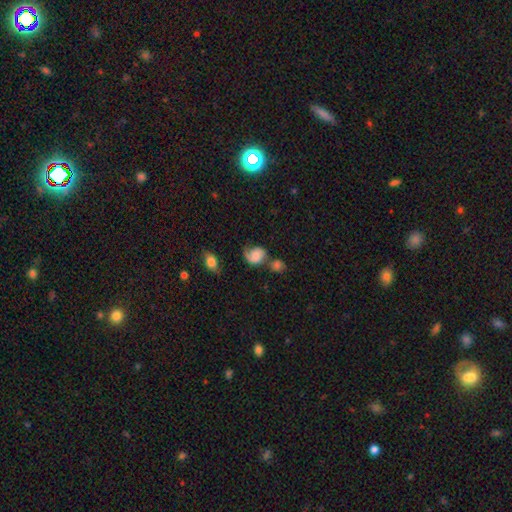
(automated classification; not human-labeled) Smooth or featured? Predicted: smooth (p=0.54). How rounded? Predicted: round (p=0.53). Merging? Predicted: none (p=0.36).